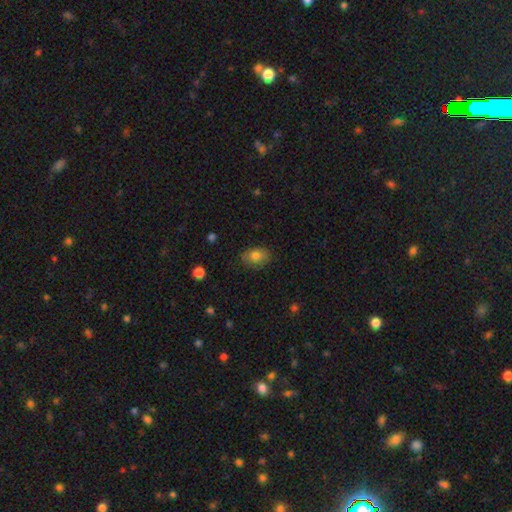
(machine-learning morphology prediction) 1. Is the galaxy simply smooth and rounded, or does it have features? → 80% smooth, 12% featured or disk, 9% star or artifact.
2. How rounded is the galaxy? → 78% in between, 21% round, 1% cigar-shaped.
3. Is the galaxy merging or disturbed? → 80% none, 16% minor disturbance, 3% major disturbance, 1% merger.